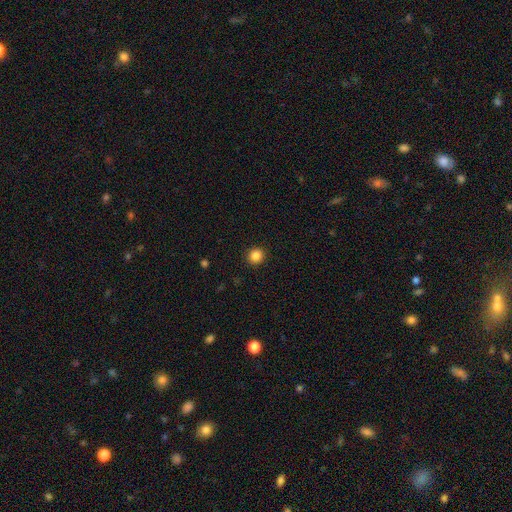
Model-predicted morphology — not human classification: The model was most divided on "smooth or featured": smooth: 86%, star or artifact: 11%, featured or disk: 3%. More confident: merging — none (92%); how rounded — round (90%).